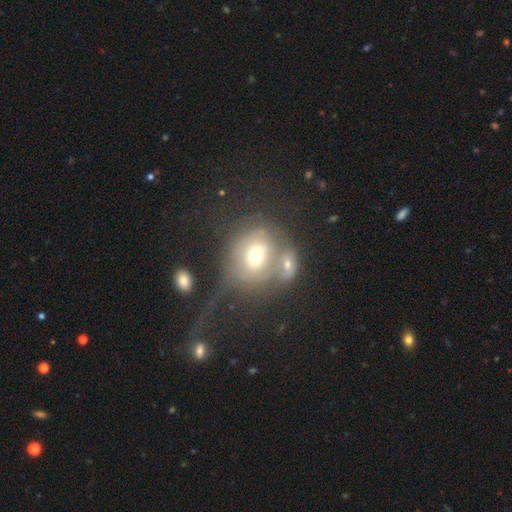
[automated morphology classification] A smooth galaxy with no disk features (55%) that is round (63%).

Vote fractions:
- Smooth or featured? smooth: 55% / featured or disk: 34% / star or artifact: 11%
- How rounded? round: 63% / in between: 35% / cigar-shaped: 1%
- Merging? merger: 41% / none: 26% / major disturbance: 21% / minor disturbance: 12%